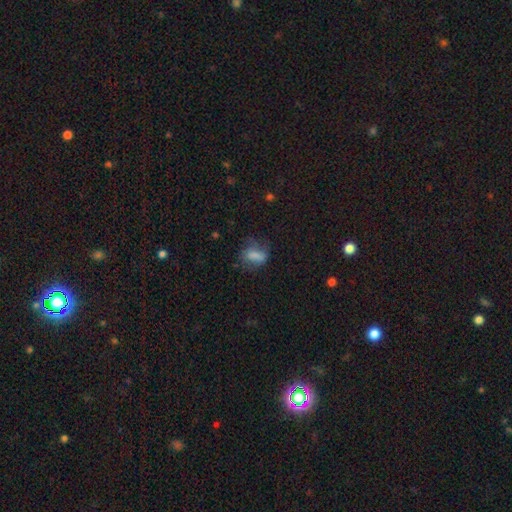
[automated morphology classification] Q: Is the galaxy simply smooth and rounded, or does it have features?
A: smooth — 70%.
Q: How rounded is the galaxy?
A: in between — 74%.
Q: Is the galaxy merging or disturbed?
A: none — 47%.